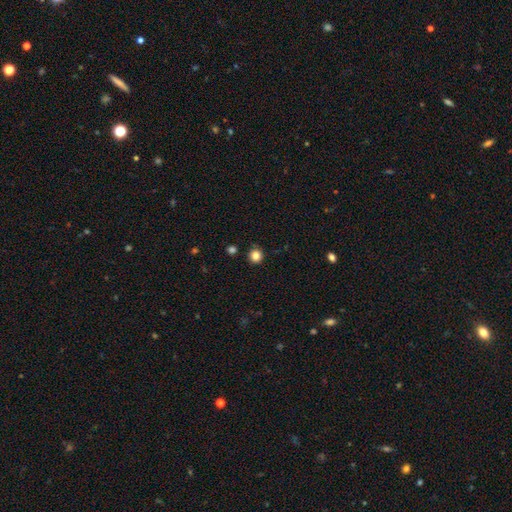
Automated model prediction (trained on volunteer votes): smooth-or-featured: smooth: 83% | star or artifact: 12% | featured or disk: 5%
  how-rounded: round: 93% | in between: 6% | cigar-shaped: 1%
  merging: none: 90% | minor disturbance: 7% | major disturbance: 2% | merger: 2%